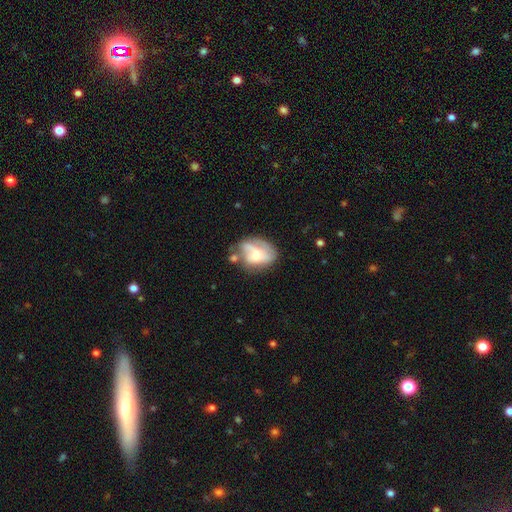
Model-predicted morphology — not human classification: A featured or disk galaxy (49%). Merging: none (37%).